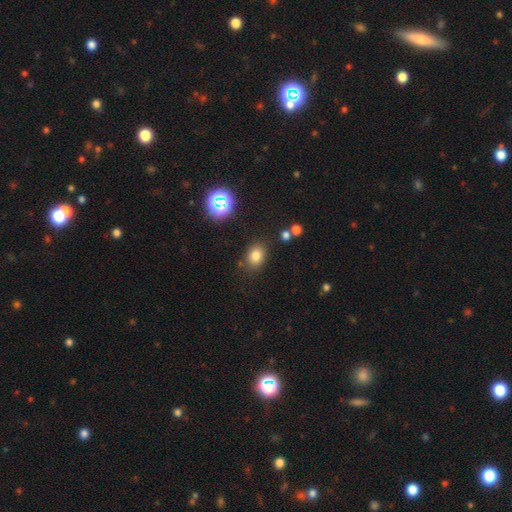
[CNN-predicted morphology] Smooth or featured: smooth — 78% (star or artifact — 15%)
How rounded: in between — 64% (round — 35%)
Merging: none — 80% (minor disturbance — 12%)